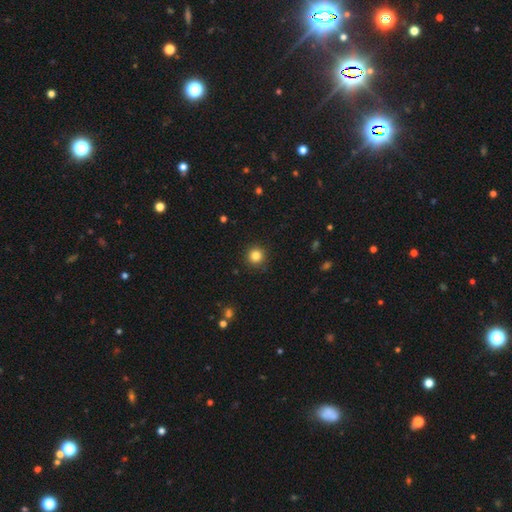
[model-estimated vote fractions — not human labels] Q: Smooth or featured?
A: smooth (83%); runner-up: star or artifact (12%)
Q: How rounded?
A: round (95%); runner-up: in between (4%)
Q: Merging?
A: none (90%); runner-up: minor disturbance (6%)